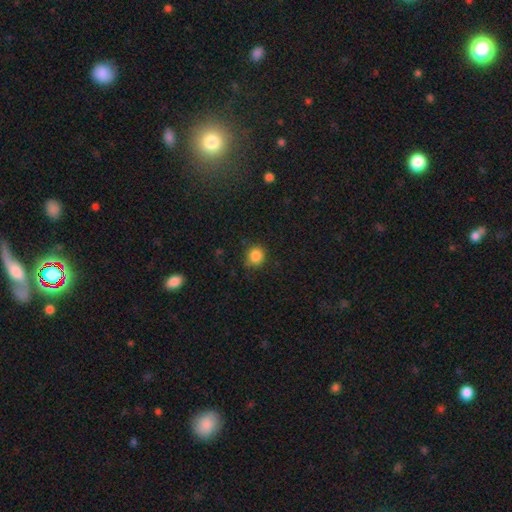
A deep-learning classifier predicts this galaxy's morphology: smooth_or_featured: smooth (p=0.85) [alt: star or artifact p=0.11]
how_rounded: round (p=0.89) [alt: in between p=0.10]
merging: none (p=0.81) [alt: minor disturbance p=0.14]